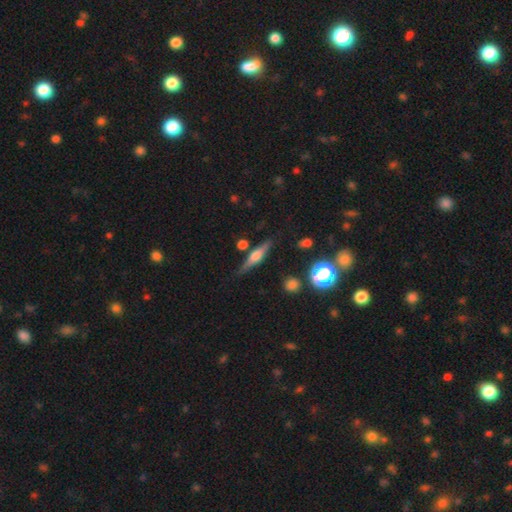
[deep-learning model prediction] Smooth or featured?
  - featured or disk: 64% *
  - smooth: 28%
  - star or artifact: 8%
Edge-on disk?
  - yes: 96% *
  - no: 4%
Edge-on bulge?
  - rounded: 83% *
  - boxy: 13%
  - none: 4%
Merging?
  - none: 80% *
  - minor disturbance: 13%
  - merger: 4%
  - major disturbance: 3%